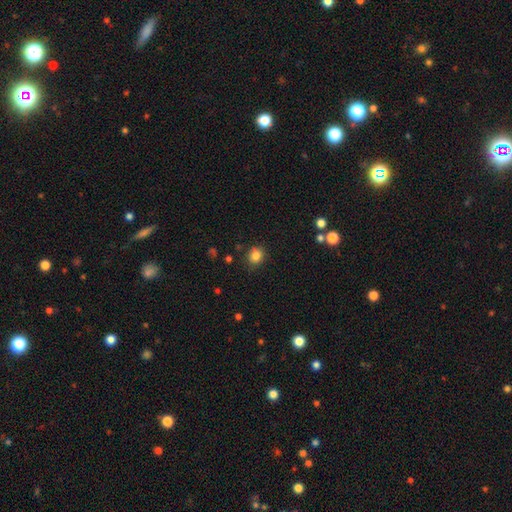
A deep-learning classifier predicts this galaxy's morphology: This appears to be a smooth galaxy with no disk features (83%) that is round (78%). Merging: none (85%).